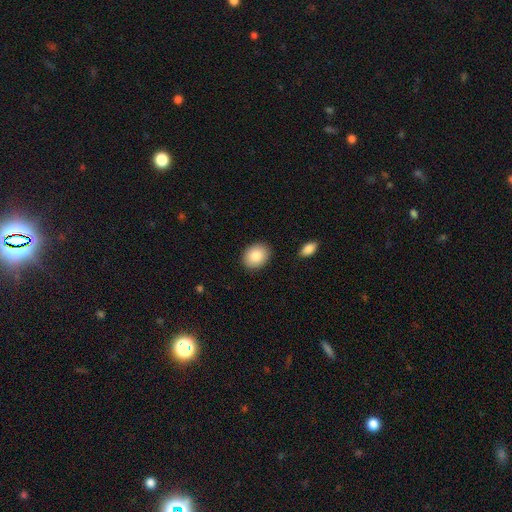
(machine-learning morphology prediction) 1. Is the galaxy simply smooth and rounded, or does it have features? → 85% smooth, 7% featured or disk, 7% star or artifact.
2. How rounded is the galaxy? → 55% in between, 44% round, 1% cigar-shaped.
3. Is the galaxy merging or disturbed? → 89% none, 8% minor disturbance, 2% major disturbance, 2% merger.